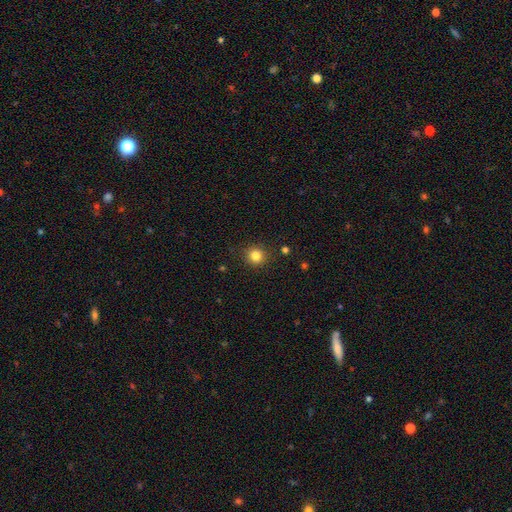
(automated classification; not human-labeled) Morphology: type=smooth (83%); roundness=round (92%); merging=none (89%).